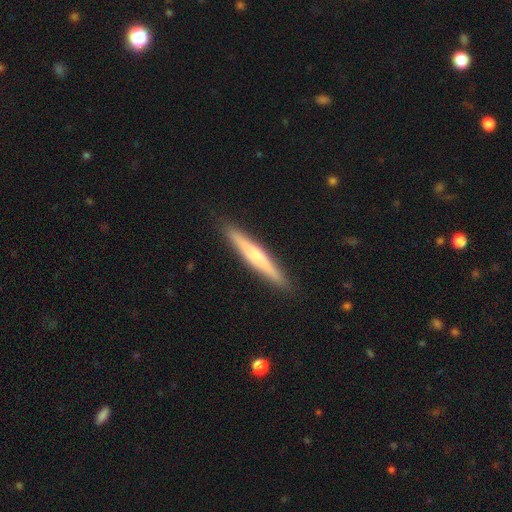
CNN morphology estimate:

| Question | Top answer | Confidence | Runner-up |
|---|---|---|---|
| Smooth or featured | featured or disk | 52% | smooth (42%) |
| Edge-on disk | yes | 96% | no (4%) |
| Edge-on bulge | rounded | 67% | none (27%) |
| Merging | none | 91% | minor disturbance (7%) |